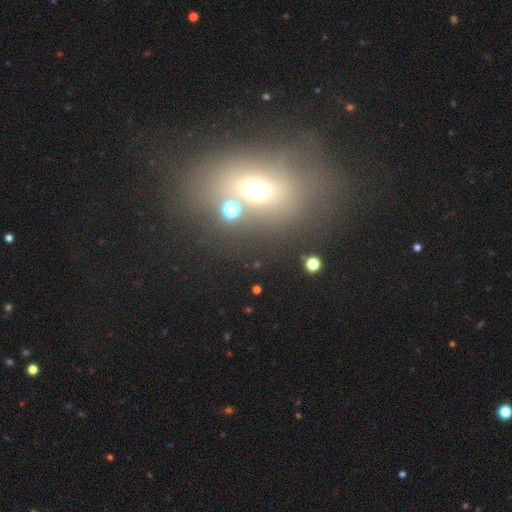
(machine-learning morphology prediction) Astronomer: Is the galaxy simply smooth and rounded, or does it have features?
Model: smooth — 46% (runner-up: star or artifact, 31%).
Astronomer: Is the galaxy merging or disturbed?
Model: none — 55%.